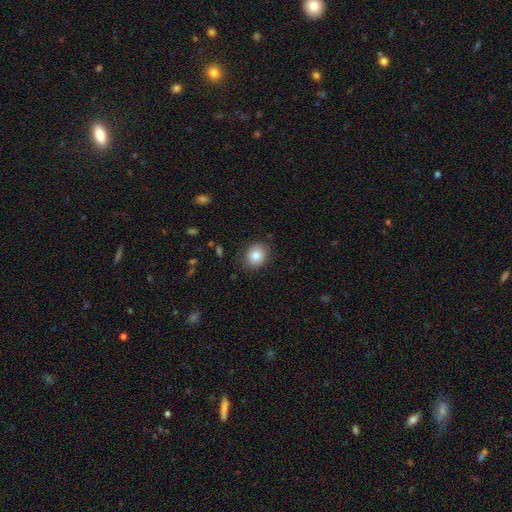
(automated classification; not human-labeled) Q: Smooth or featured?
A: smooth (81%); runner-up: star or artifact (10%)
Q: How rounded?
A: round (69%); runner-up: in between (30%)
Q: Merging?
A: none (86%); runner-up: minor disturbance (11%)